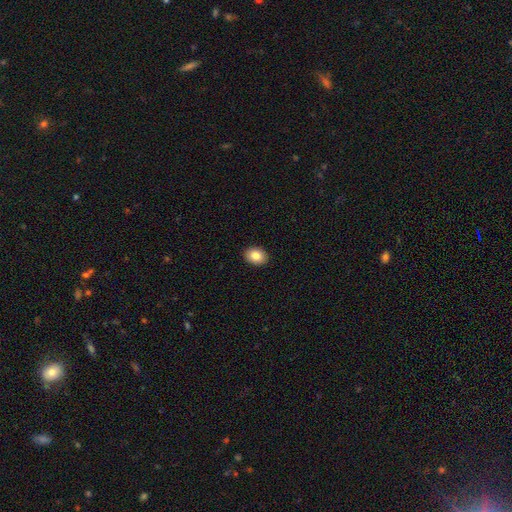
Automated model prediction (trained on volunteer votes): Overall: smooth (84%). How rounded: in between (66%; round 33%). Merging: none (91%).